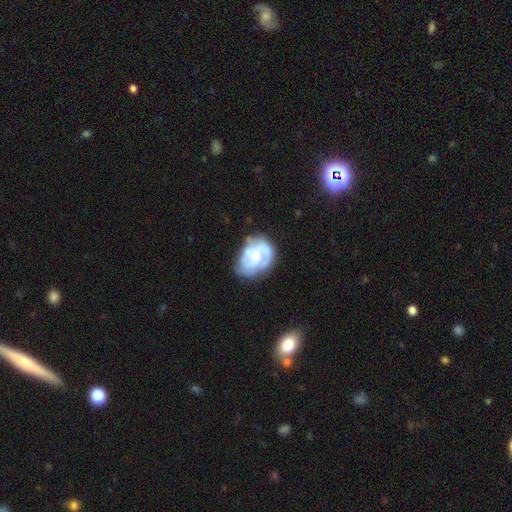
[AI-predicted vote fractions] A featured or disk galaxy (69%) with no bar (64%), 2 (35%) tight (47%) spiral arms (77%) and a small central bulge (43%).

Vote fractions:
- Smooth or featured? featured or disk: 69% / smooth: 24% / star or artifact: 7%
- Edge-on disk? no: 98% / yes: 2%
- Bar? no: 64% / weak: 29% / strong: 7%
- Spiral arms? yes: 77% / no: 23%
- Spiral winding? tight: 47% / medium: 38% / loose: 16%
- Spiral arm count? 2: 35% / can't tell: 33% / 3: 17% / 1: 9% / 4: 4% / more than 4: 3%
- Bulge size? small: 43% / none: 31% / moderate: 20% / large: 4% / dominant: 1%
- Merging? none: 52% / minor disturbance: 27% / major disturbance: 16% / merger: 4%